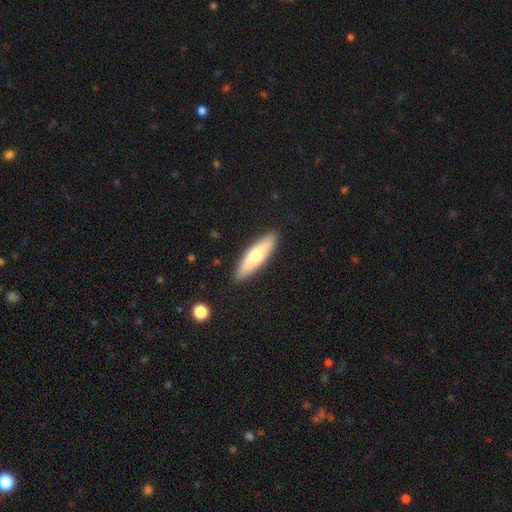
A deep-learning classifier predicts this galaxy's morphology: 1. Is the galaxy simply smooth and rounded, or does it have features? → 63% smooth, 32% featured or disk, 5% star or artifact.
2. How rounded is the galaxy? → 62% cigar-shaped, 36% in between, 2% round.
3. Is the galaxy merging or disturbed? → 89% none, 8% minor disturbance, 2% major disturbance, 1% merger.